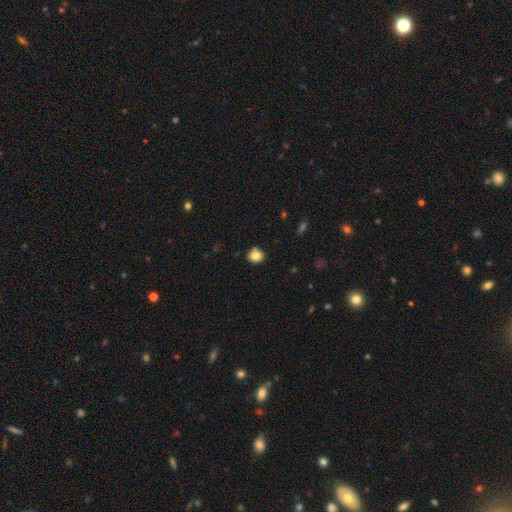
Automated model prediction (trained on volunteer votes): A smooth galaxy with no disk features (82%) that is round (75%).

Vote fractions:
- Smooth or featured? smooth: 82% / star or artifact: 10% / featured or disk: 8%
- How rounded? round: 75% / in between: 24% / cigar-shaped: 1%
- Merging? none: 84% / minor disturbance: 11% / merger: 3% / major disturbance: 2%